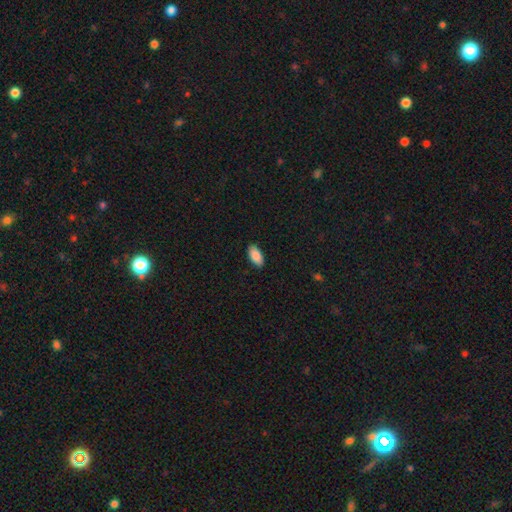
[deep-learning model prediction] Smooth or featured? smooth (89%)
How rounded? in between (93%)
Merging? none (88%)